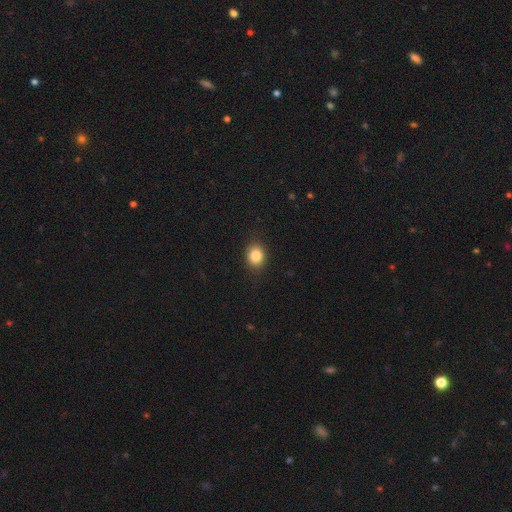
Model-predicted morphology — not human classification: type=smooth (85%); roundness=round (57%); merging=none (87%).